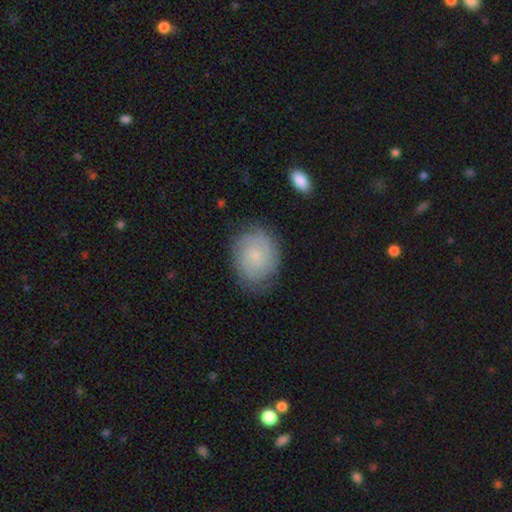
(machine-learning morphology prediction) Smooth or featured? featured or disk (66%)
Edge-on disk? no (98%)
Bar? no (74%)
Spiral arms? yes (93%)
Spiral winding? tight (71%)
Spiral arm count? can't tell (35%)
Bulge size? small (78%)
Merging? none (79%)